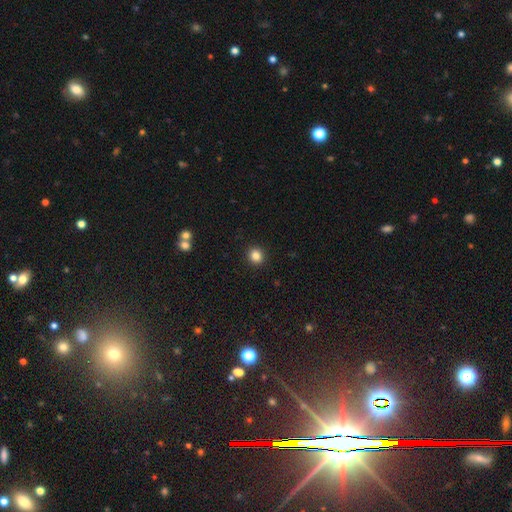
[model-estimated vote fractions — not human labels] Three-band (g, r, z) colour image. It shows a smooth galaxy with no disk features (84%) that is round (88%). Merging: none (93%).